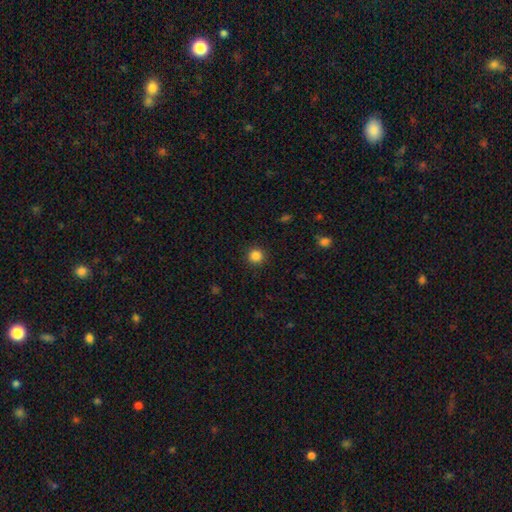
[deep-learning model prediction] Q: Smooth or featured?
A: smooth (85%); runner-up: star or artifact (12%)
Q: How rounded?
A: round (95%); runner-up: in between (4%)
Q: Merging?
A: none (92%); runner-up: minor disturbance (5%)